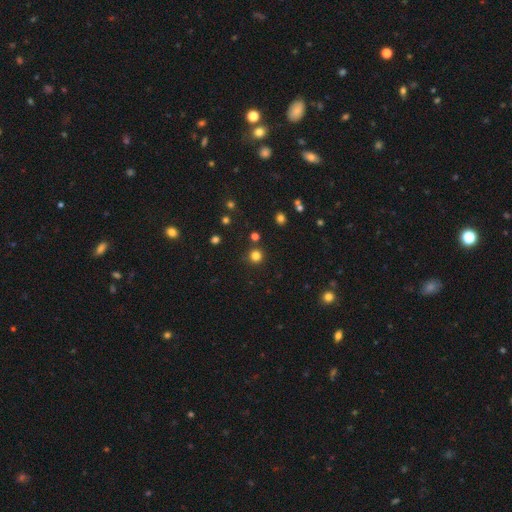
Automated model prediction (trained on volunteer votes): This is likely a smooth galaxy (80%). How rounded: clearly round (95%). Merging: clearly none (87%).